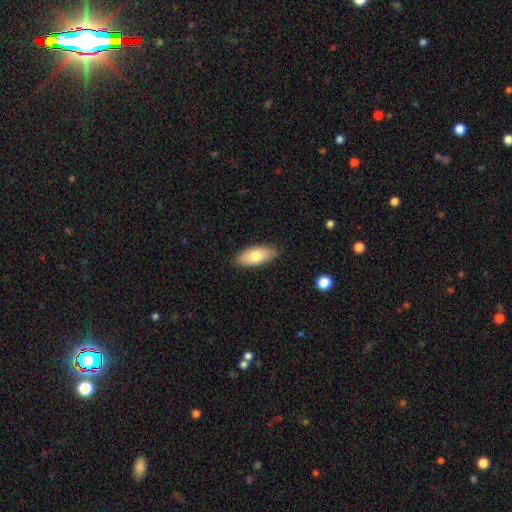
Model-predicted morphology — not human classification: A smooth galaxy with no disk features (76%) that is in between round and cigar-shaped (88%).

Vote fractions:
- Smooth or featured? smooth: 76% / featured or disk: 18% / star or artifact: 6%
- How rounded? in between: 88% / cigar-shaped: 10% / round: 3%
- Merging? none: 86% / minor disturbance: 11% / major disturbance: 2% / merger: 1%